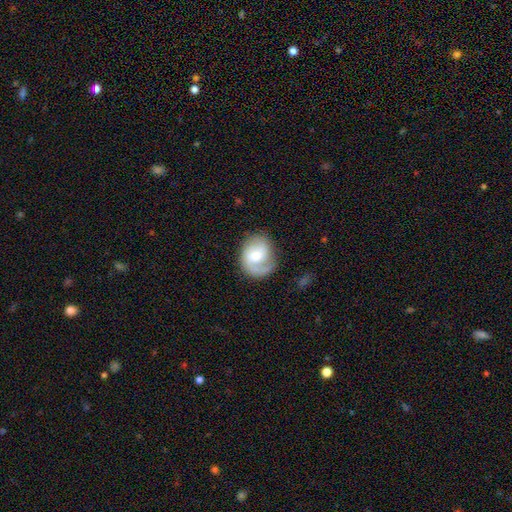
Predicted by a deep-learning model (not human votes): Morphology: type=featured or disk (68%); edge-on=no (97%); bar=weak (46%); spiral arms=yes (90%); winding=medium (44%); arm count=2 (49%); bulge=moderate (56%); merging=none (68%).